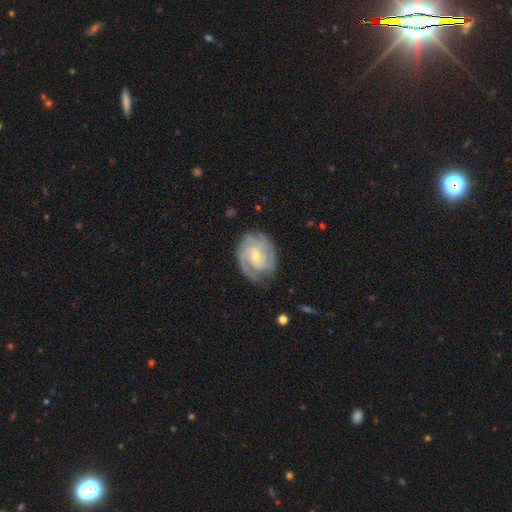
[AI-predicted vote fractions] Smooth or featured: featured or disk — 85% (smooth — 10%)
Edge-on disk: no — 97% (yes — 3%)
Bar: no — 62% (weak — 31%)
Spiral arms: yes — 96% (no — 4%)
Spiral winding: tight — 68% (medium — 26%)
Spiral arm count: 3 — 27% (2 — 26%)
Bulge size: small — 59% (moderate — 38%)
Merging: none — 75% (minor disturbance — 18%)